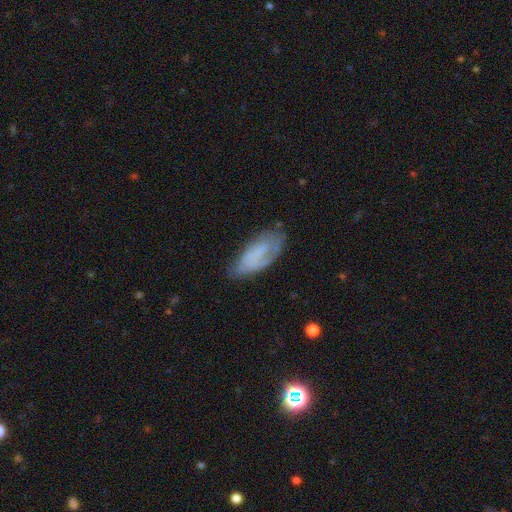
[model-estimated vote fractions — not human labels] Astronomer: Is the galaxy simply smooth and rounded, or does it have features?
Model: smooth — 53% (runner-up: featured or disk, 38%).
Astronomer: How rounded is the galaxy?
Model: in between — 84%.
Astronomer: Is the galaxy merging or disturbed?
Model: none — 57%.